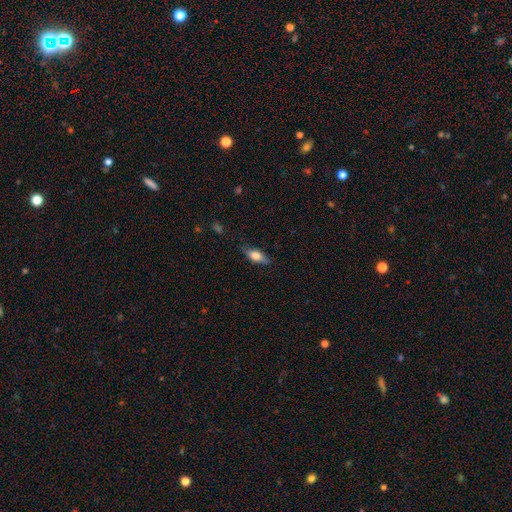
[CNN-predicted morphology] smooth_or_featured: smooth (p=0.63) [alt: featured or disk p=0.30]
how_rounded: in between (p=0.72) [alt: cigar-shaped p=0.24]
merging: none (p=0.77) [alt: minor disturbance p=0.18]